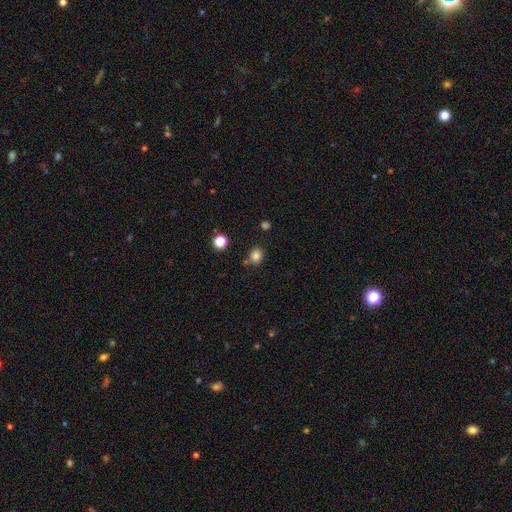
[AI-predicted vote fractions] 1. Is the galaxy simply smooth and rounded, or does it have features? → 83% smooth, 13% star or artifact, 5% featured or disk.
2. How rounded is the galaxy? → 77% round, 22% in between, 1% cigar-shaped.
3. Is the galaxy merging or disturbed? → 78% none, 11% minor disturbance, 8% merger, 3% major disturbance.